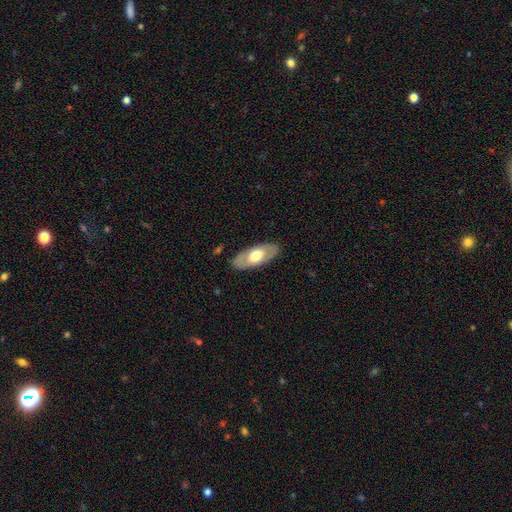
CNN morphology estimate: type=smooth (52%); roundness=in between (88%); merging=none (85%).